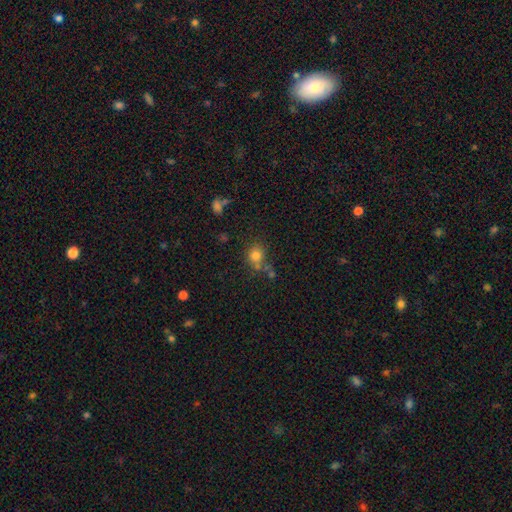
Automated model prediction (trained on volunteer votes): This appears to be a smooth galaxy with no disk features (76%) that is round (78%). Merging: none (59%).